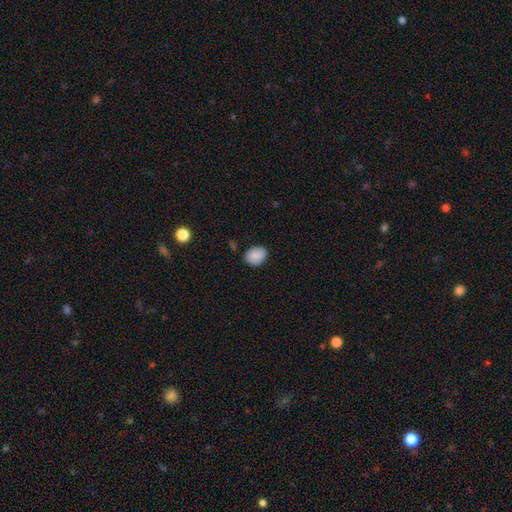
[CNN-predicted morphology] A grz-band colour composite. It shows a smooth galaxy with no disk features (87%) that is in between round and cigar-shaped (55%). Merging: none (79%).